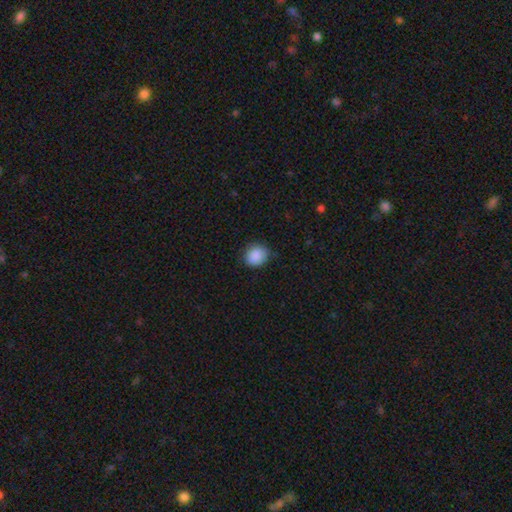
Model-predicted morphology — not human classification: This is clearly a smooth galaxy (89%). How rounded: likely round (73%). Merging: clearly none (82%).